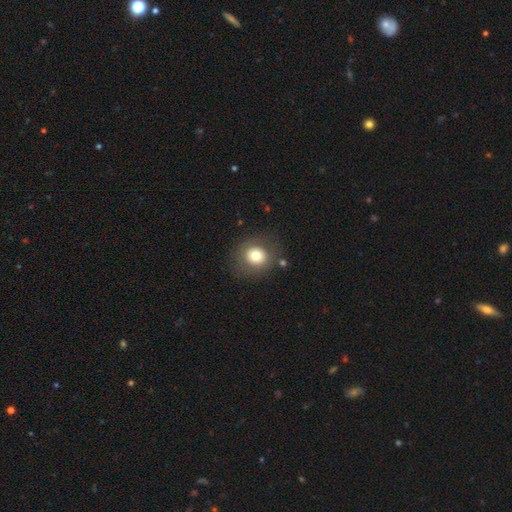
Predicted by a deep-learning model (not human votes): Morphology: type=smooth (73%); roundness=round (84%); merging=none (81%).